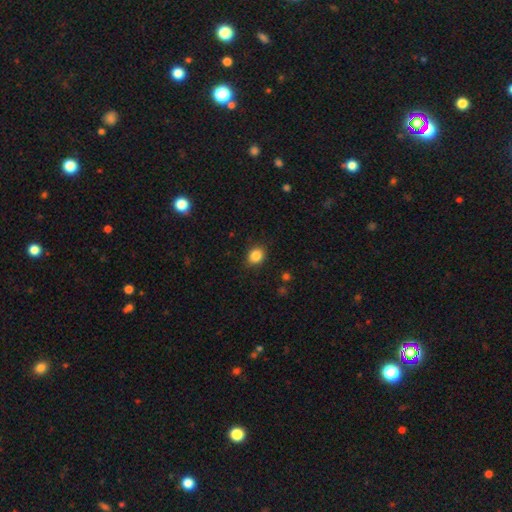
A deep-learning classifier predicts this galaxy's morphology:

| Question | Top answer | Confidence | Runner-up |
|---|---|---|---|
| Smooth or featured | smooth | 86% | star or artifact (10%) |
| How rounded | round | 63% | in between (36%) |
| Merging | none | 87% | minor disturbance (10%) |